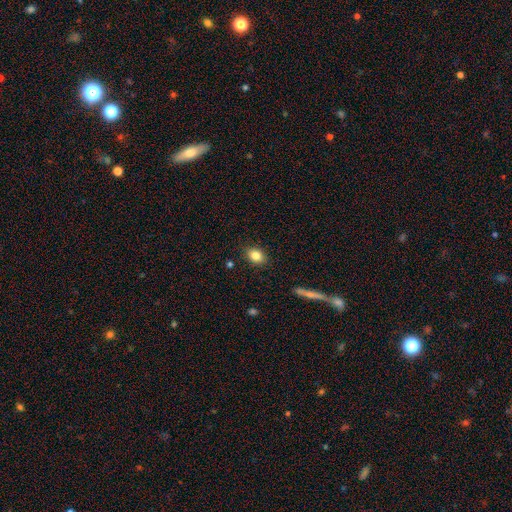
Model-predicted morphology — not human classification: Q: Smooth or featured?
A: smooth (83%); runner-up: star or artifact (9%)
Q: How rounded?
A: in between (68%); runner-up: round (30%)
Q: Merging?
A: none (87%); runner-up: minor disturbance (9%)